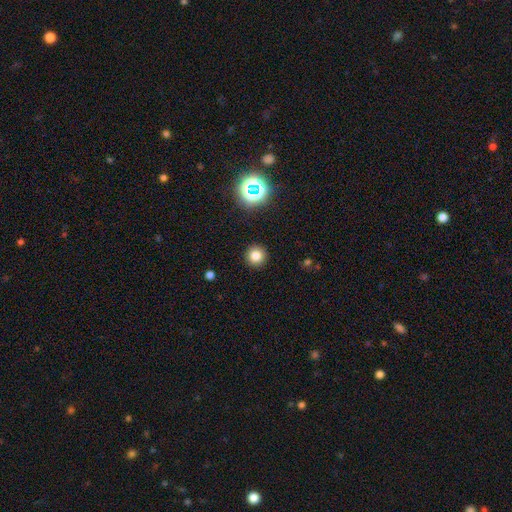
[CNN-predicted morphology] Q: Smooth or featured?
A: smooth (78%); runner-up: star or artifact (16%)
Q: How rounded?
A: round (95%); runner-up: in between (4%)
Q: Merging?
A: none (92%); runner-up: minor disturbance (5%)